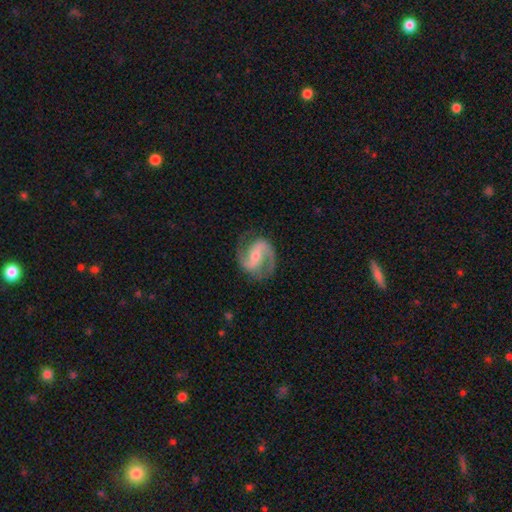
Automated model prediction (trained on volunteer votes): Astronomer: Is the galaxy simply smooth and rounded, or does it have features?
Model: featured or disk — 89%.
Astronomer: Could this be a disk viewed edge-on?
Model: no — 98%.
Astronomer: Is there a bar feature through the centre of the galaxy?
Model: weak — 39% (runner-up: strong, 36%).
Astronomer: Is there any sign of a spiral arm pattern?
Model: yes — 97%.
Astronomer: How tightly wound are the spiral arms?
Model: medium — 56%.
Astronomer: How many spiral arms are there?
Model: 2 — 92%.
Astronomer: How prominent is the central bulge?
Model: small — 51% (runner-up: moderate, 43%).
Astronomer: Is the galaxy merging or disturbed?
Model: none — 80%.